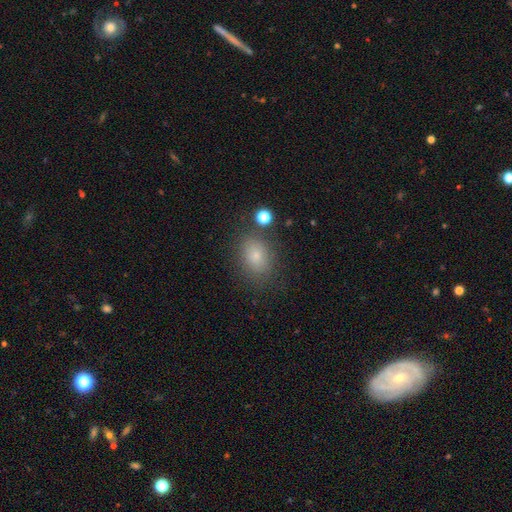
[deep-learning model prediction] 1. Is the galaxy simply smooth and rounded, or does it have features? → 77% smooth, 12% star or artifact, 11% featured or disk.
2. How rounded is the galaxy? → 68% in between, 31% round, 1% cigar-shaped.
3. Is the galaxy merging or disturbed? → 77% none, 14% minor disturbance, 5% major disturbance, 4% merger.